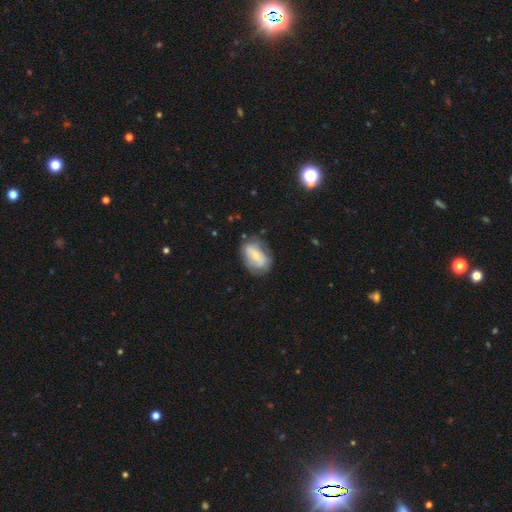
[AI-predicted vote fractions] The model was most divided on "smooth or featured": smooth: 50%, featured or disk: 42%, star or artifact: 7%. More confident: how rounded — in between (86%); merging — none (65%).